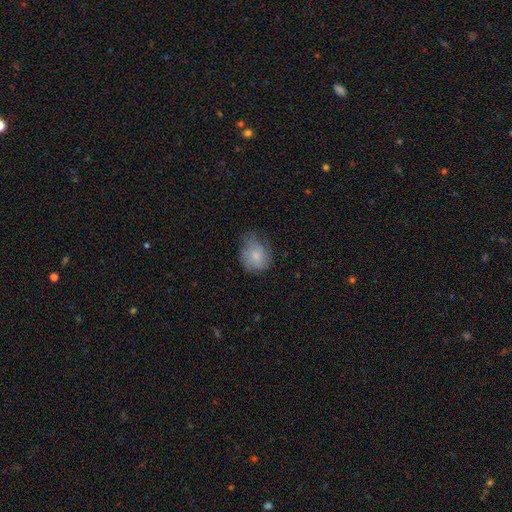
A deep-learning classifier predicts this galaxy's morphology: smooth_or_featured: smooth (p=0.70) [alt: featured or disk p=0.22]
how_rounded: round (p=0.64) [alt: in between p=0.35]
merging: none (p=0.54) [alt: minor disturbance p=0.32]